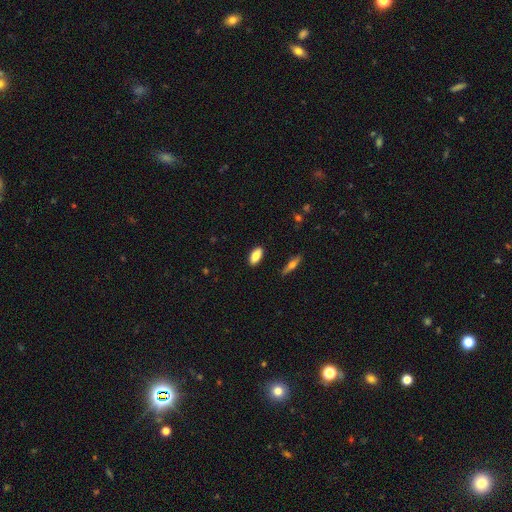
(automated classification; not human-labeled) A smooth galaxy with no disk features (77%) that is in between round and cigar-shaped (86%). Merging: none (88%).